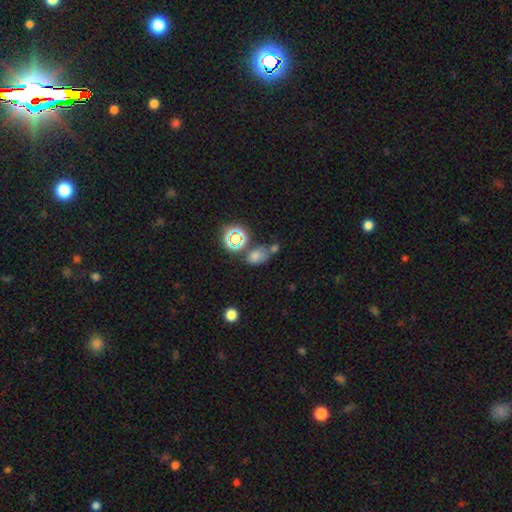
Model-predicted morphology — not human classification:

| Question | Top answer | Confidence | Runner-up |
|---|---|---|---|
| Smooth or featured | smooth | 64% | star or artifact (26%) |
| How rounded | in between | 73% | round (24%) |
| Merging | none | 45% | merger (28%) |